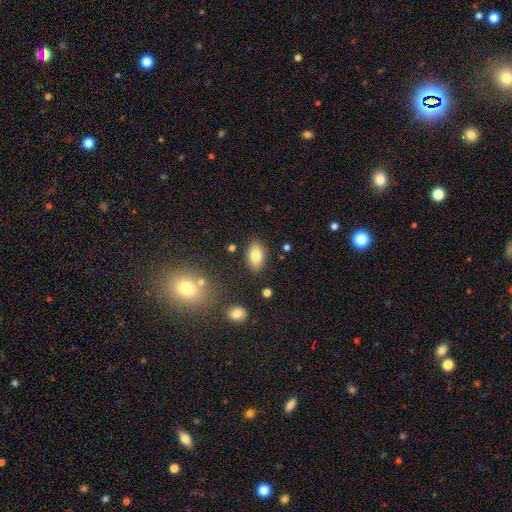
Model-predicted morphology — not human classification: Q: Smooth or featured?
A: smooth (80%); runner-up: featured or disk (11%)
Q: How rounded?
A: in between (92%); runner-up: round (6%)
Q: Merging?
A: none (84%); runner-up: minor disturbance (10%)